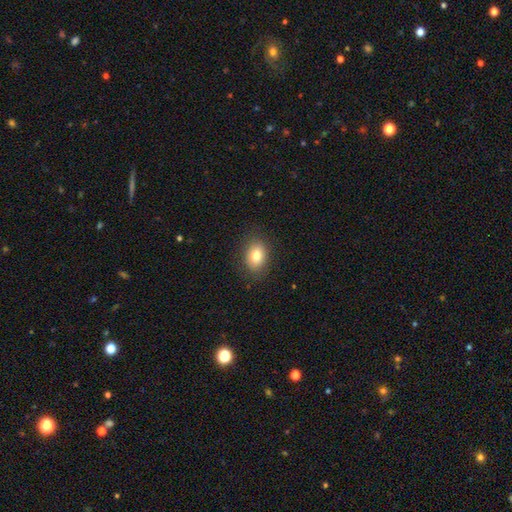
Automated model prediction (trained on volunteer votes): This is likely a smooth galaxy (80%). How rounded: likely in between (73%). Merging: clearly none (86%).